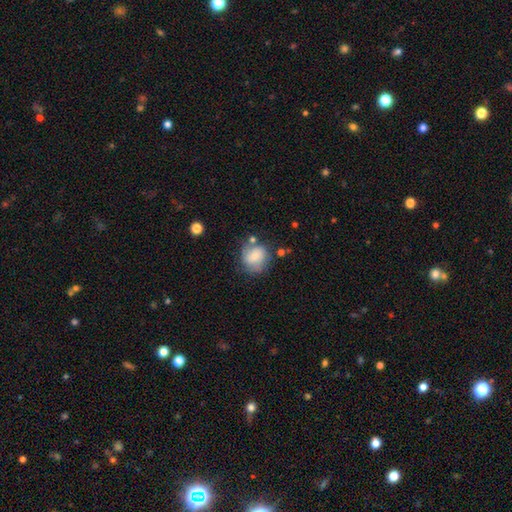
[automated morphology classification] smooth 67%, featured or disk 24%, star or artifact 8%. Down the decision tree: how rounded — round (73%); merging — none (57%).